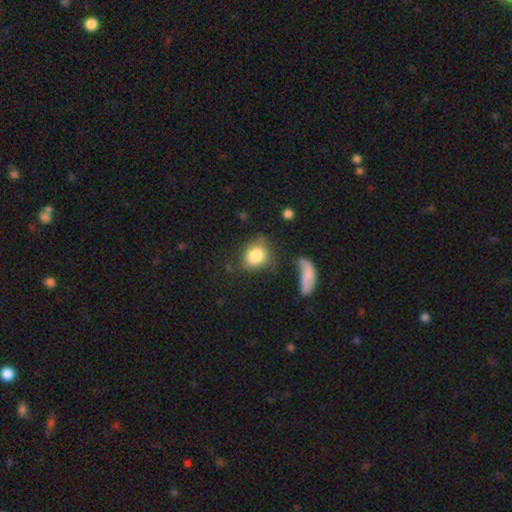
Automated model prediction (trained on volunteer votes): The model was most divided on "how rounded": round: 55%, in between: 43%, cigar-shaped: 2%. More confident: smooth or featured — smooth (83%); merging — none (60%).